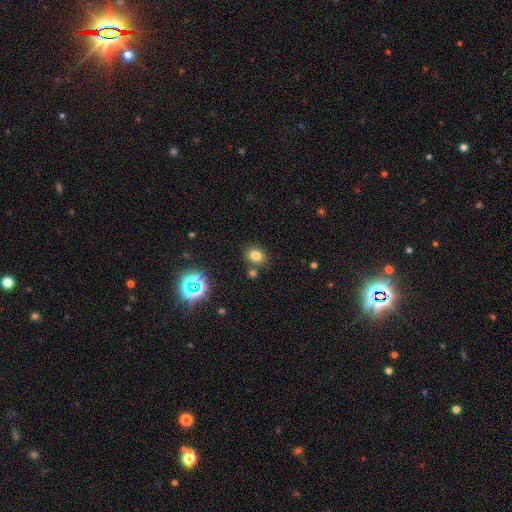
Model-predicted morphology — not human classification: Smooth or featured?
  - smooth: 77% *
  - star or artifact: 16%
  - featured or disk: 7%
How rounded?
  - round: 54% *
  - in between: 45%
  - cigar-shaped: 1%
Merging?
  - none: 75% *
  - minor disturbance: 11%
  - merger: 11%
  - major disturbance: 3%